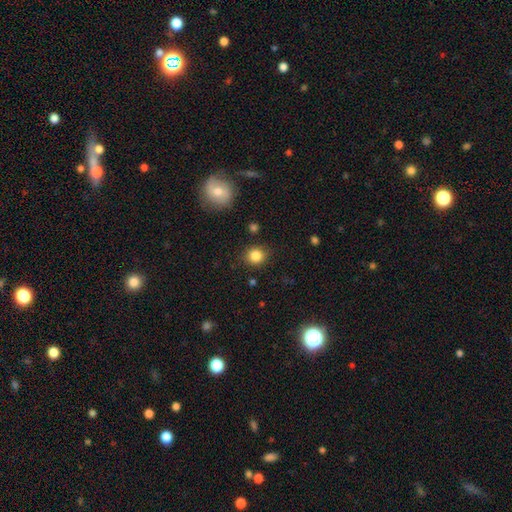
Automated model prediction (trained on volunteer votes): Smooth or featured: smooth — 84% (star or artifact — 11%)
How rounded: round — 84% (in between — 15%)
Merging: none — 86% (minor disturbance — 9%)